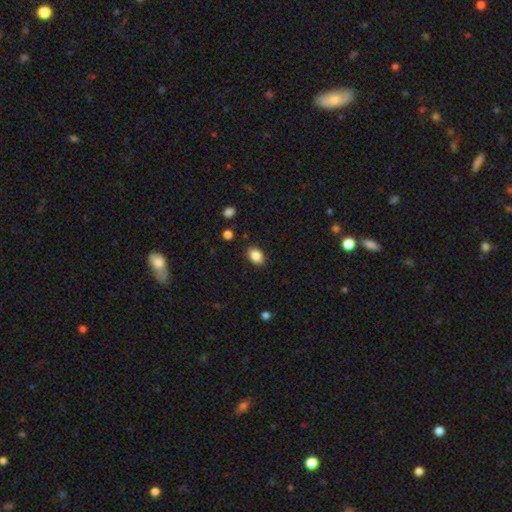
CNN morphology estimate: Smooth or featured?
  - smooth: 86% *
  - star or artifact: 8%
  - featured or disk: 5%
How rounded?
  - in between: 84% *
  - round: 15%
  - cigar-shaped: 1%
Merging?
  - none: 87% *
  - minor disturbance: 9%
  - major disturbance: 2%
  - merger: 1%